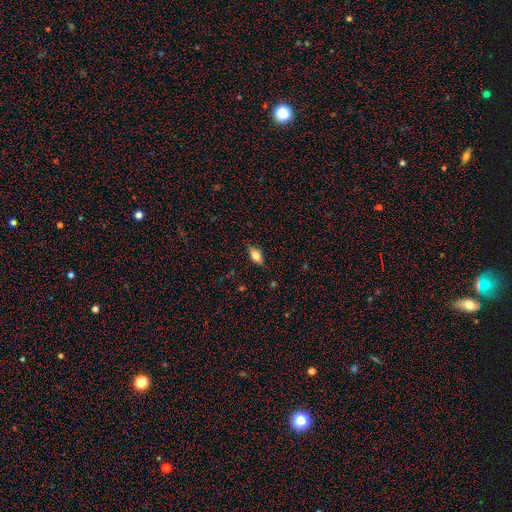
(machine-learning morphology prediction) Smooth or featured: smooth — 76% (featured or disk — 16%)
How rounded: in between — 88% (cigar-shaped — 7%)
Merging: none — 83% (minor disturbance — 14%)